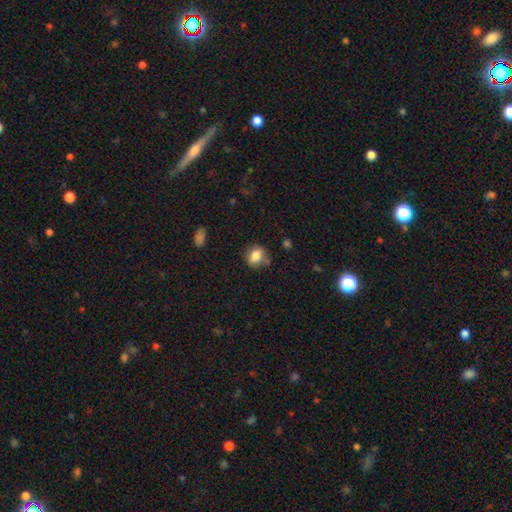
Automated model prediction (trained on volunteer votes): A smooth galaxy with no disk features (81%) that is in between round and cigar-shaped (56%). Merging: none (66%).